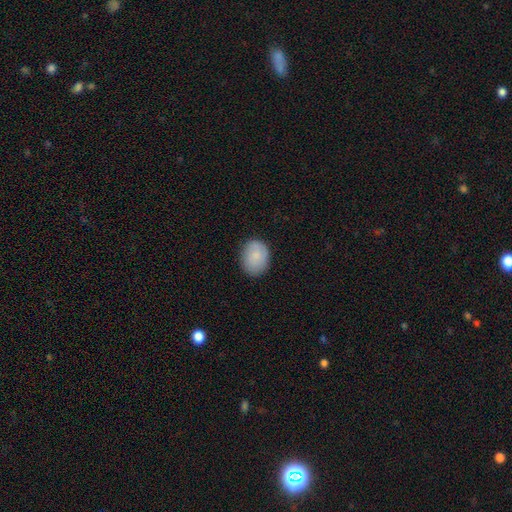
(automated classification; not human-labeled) smooth 85%, featured or disk 8%, star or artifact 7%. Down the decision tree: how rounded — in between (57%); merging — none (82%).